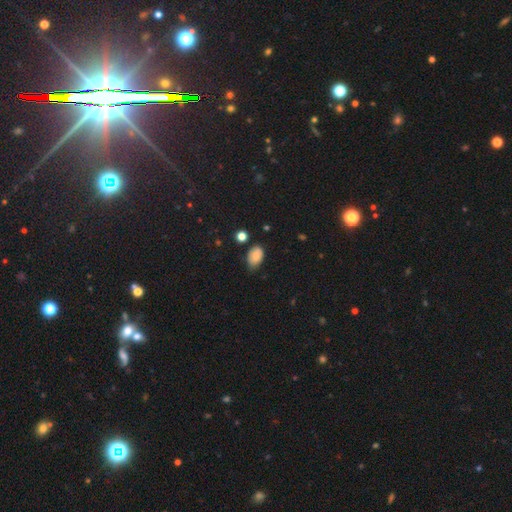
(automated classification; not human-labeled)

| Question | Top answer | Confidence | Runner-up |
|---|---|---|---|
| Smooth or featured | smooth | 75% | featured or disk (14%) |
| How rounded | in between | 87% | round (12%) |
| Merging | none | 55% | minor disturbance (36%) |